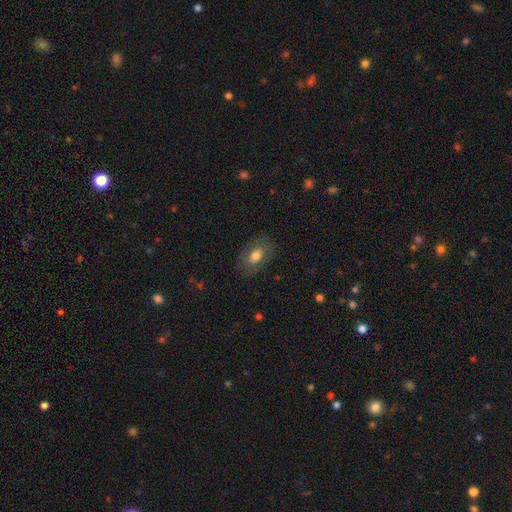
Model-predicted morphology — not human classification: smooth 60%, featured or disk 32%, star or artifact 8%. Down the decision tree: how rounded — in between (86%); merging — none (79%).